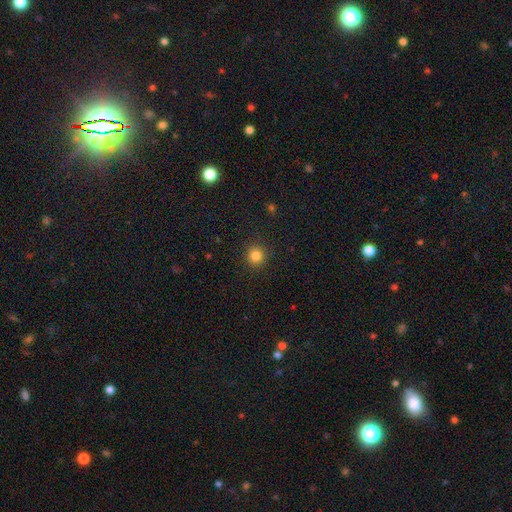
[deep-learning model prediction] A smooth galaxy with no disk features (83%) that is round (93%).

Vote fractions:
- Smooth or featured? smooth: 83% / star or artifact: 13% / featured or disk: 5%
- How rounded? round: 93% / in between: 6% / cigar-shaped: 1%
- Merging? none: 92% / minor disturbance: 5% / major disturbance: 2% / merger: 1%